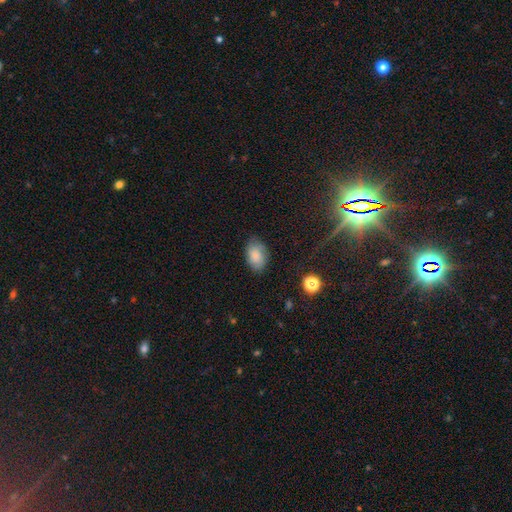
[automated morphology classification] smooth-or-featured: smooth: 77% | featured or disk: 14% | star or artifact: 8%
  how-rounded: in between: 89% | round: 10% | cigar-shaped: 1%
  merging: none: 75% | minor disturbance: 19% | major disturbance: 5% | merger: 1%